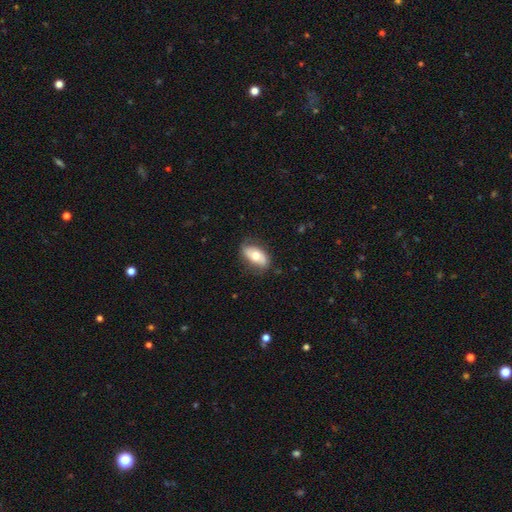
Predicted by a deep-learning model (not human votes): Smooth or featured? Predicted: smooth (p=0.58). How rounded? Predicted: in between (p=0.91). Merging? Predicted: none (p=0.76).